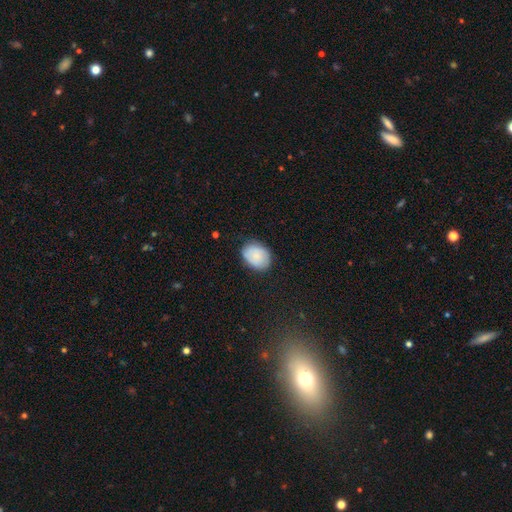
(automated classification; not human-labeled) Smooth or featured? smooth (79%)
How rounded? in between (66%)
Merging? none (78%)